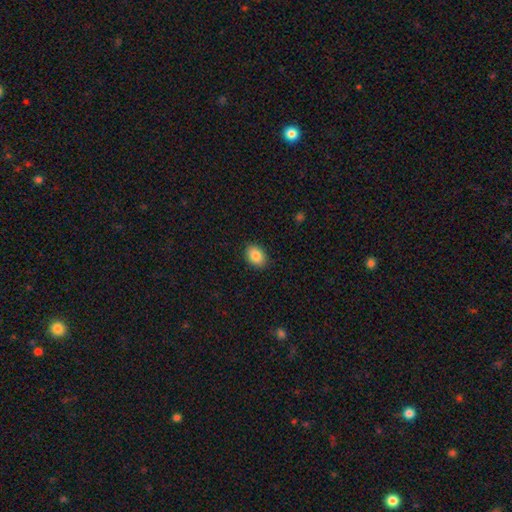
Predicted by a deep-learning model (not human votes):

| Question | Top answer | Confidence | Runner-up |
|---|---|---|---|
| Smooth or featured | smooth | 87% | star or artifact (8%) |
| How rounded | in between | 77% | round (22%) |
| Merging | none | 88% | minor disturbance (9%) |